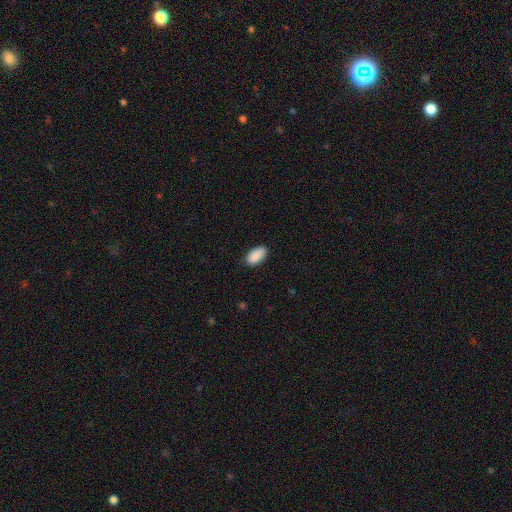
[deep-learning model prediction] This appears to be a smooth galaxy with no disk features (90%) that is in between round and cigar-shaped (94%). Merging: none (84%).